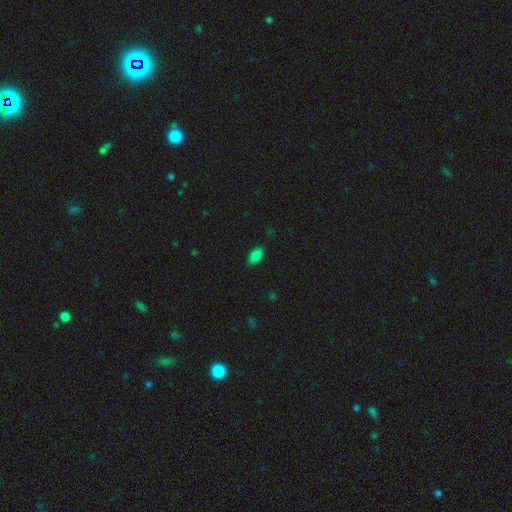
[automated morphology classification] This appears to be a smooth galaxy with no disk features (83%) that is in between round and cigar-shaped (92%). Merging: none (84%).